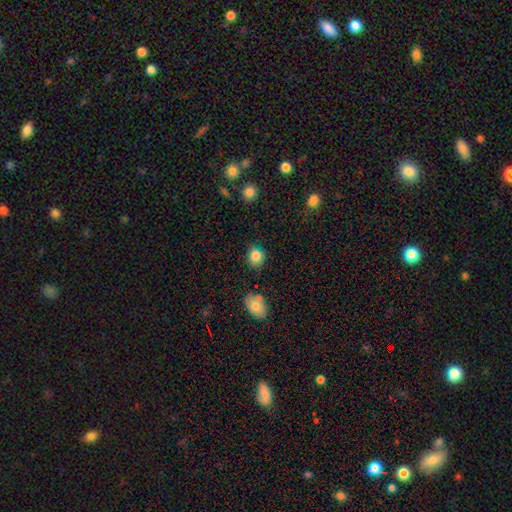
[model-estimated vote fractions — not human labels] This appears to be a smooth galaxy with no disk features (84%) that is round (67%). Merging: none (74%).